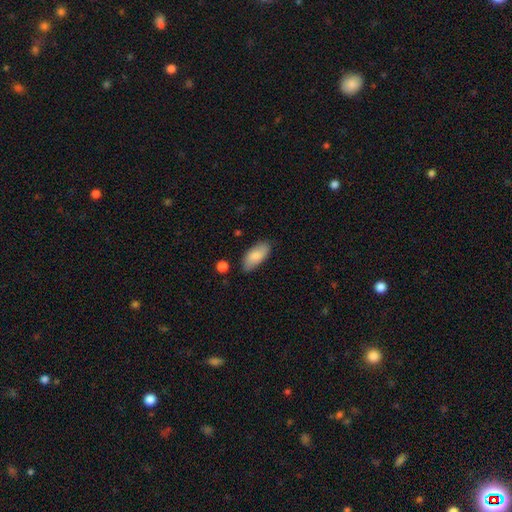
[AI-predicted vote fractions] Morphology: type=smooth (82%); roundness=in between (89%); merging=none (79%).